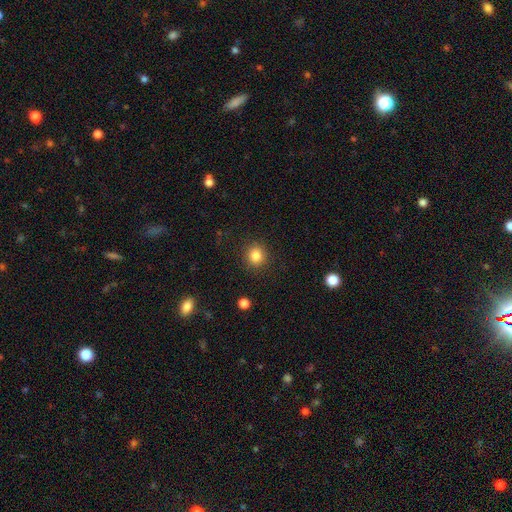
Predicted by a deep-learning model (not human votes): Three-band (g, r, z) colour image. It shows a smooth galaxy with no disk features (84%) that is round (87%). Merging: none (89%).